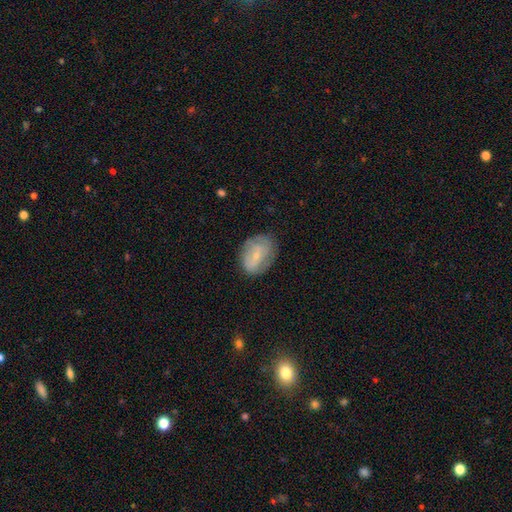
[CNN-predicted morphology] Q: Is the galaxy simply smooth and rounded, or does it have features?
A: featured or disk — 46%, tied with smooth.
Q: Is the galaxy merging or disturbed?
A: none — 70%.